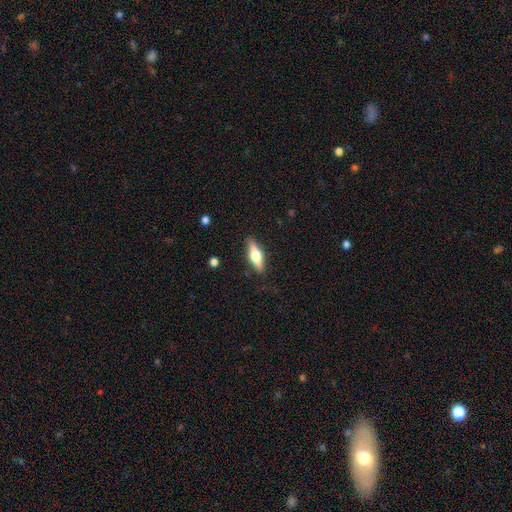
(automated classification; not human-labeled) Morphology: type=smooth (49%); merging=none (86%).